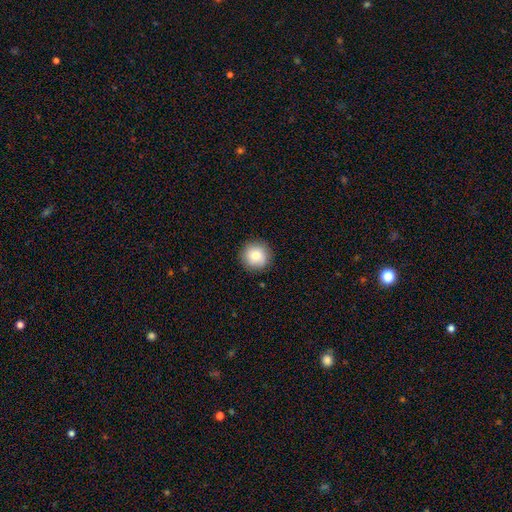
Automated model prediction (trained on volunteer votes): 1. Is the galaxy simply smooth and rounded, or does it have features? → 80% smooth, 10% featured or disk, 9% star or artifact.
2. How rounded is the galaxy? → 95% round, 4% in between, 1% cigar-shaped.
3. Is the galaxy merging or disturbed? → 90% none, 7% minor disturbance, 2% major disturbance, 1% merger.